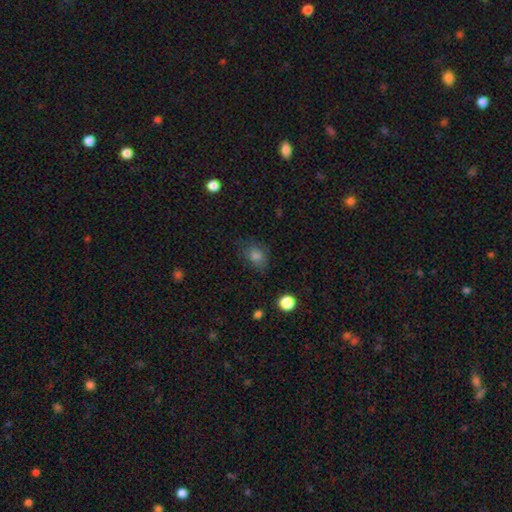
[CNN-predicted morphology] A smooth galaxy with no disk features (76%) that is in between round and cigar-shaped (55%).

Vote fractions:
- Smooth or featured? smooth: 76% / star or artifact: 15% / featured or disk: 9%
- How rounded? in between: 55% / round: 44% / cigar-shaped: 1%
- Merging? none: 71% / minor disturbance: 21% / major disturbance: 7% / merger: 2%